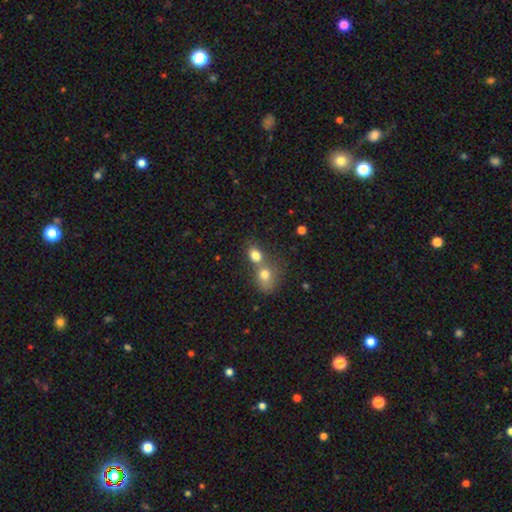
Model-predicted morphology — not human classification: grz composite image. It shows a smooth galaxy with no disk features (78%) that is in between round and cigar-shaped (61%). Merging: merger (56%).